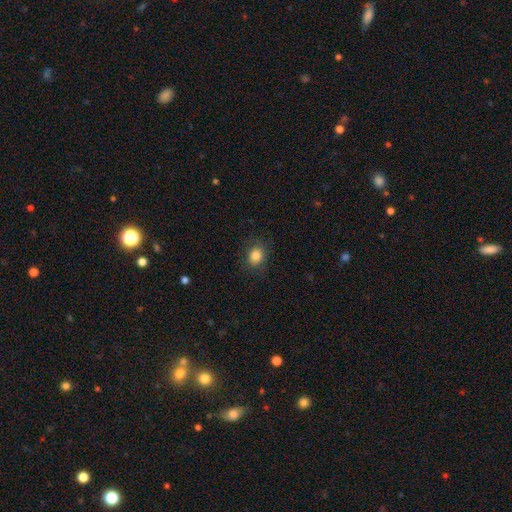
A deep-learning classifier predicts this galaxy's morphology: A smooth galaxy with no disk features (85%) that is round (55%).

Vote fractions:
- Smooth or featured? smooth: 85% / star or artifact: 10% / featured or disk: 5%
- How rounded? round: 55% / in between: 44% / cigar-shaped: 1%
- Merging? none: 85% / minor disturbance: 11% / major disturbance: 4% / merger: 1%